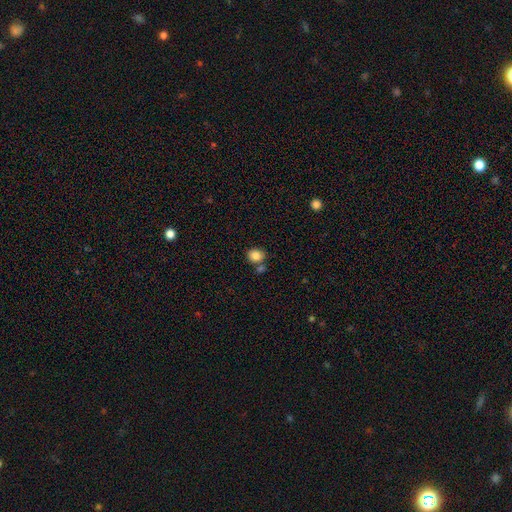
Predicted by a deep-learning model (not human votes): Smooth or featured?
  - smooth: 84% *
  - star or artifact: 10%
  - featured or disk: 7%
How rounded?
  - round: 72% *
  - in between: 27%
  - cigar-shaped: 1%
Merging?
  - none: 69% *
  - merger: 17%
  - minor disturbance: 11%
  - major disturbance: 3%